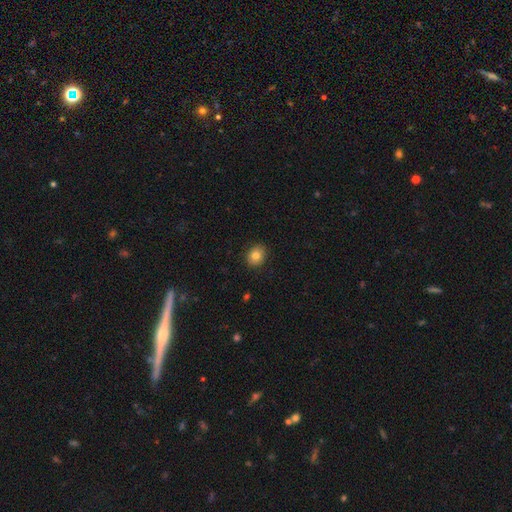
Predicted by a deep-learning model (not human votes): A smooth galaxy with no disk features (82%) that is round (59%). Merging: none (89%).